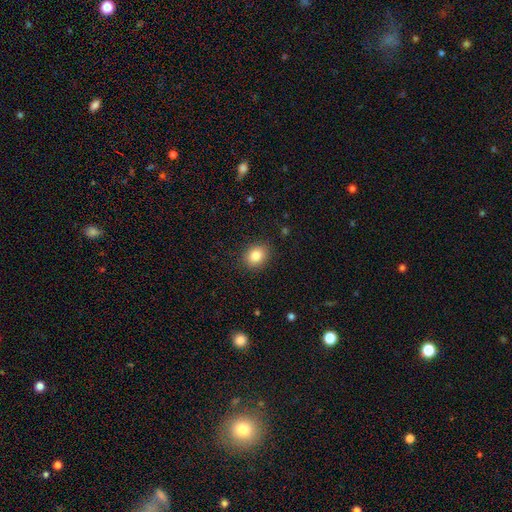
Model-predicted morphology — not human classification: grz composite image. It shows a smooth galaxy with no disk features (82%) that is round (62%). Merging: none (89%).